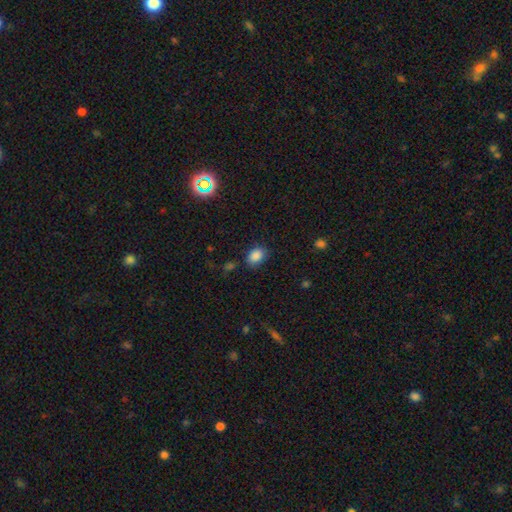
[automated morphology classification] This is clearly a smooth galaxy (86%). How rounded: likely in between (72%). Merging: likely none (77%).